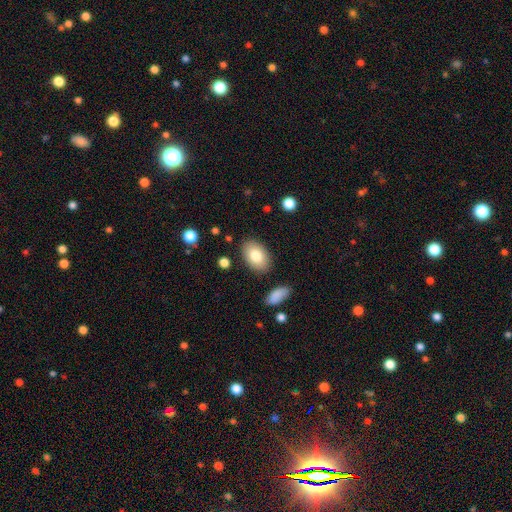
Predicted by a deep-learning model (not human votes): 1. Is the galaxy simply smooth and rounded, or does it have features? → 81% smooth, 12% featured or disk, 7% star or artifact.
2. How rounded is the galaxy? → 88% in between, 10% round, 1% cigar-shaped.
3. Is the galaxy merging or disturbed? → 85% none, 10% minor disturbance, 3% major disturbance, 2% merger.